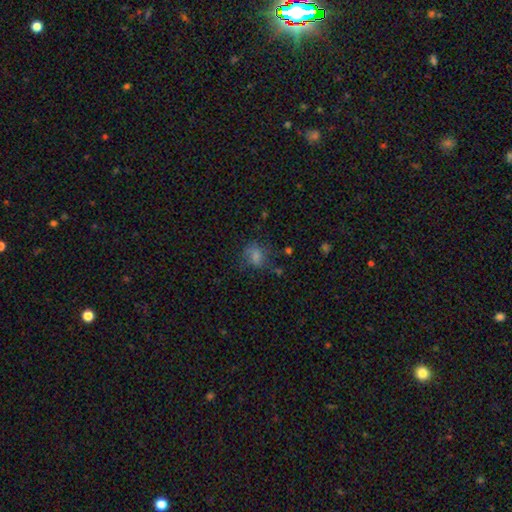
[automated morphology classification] The model was most divided on "how rounded": round: 51%, in between: 48%, cigar-shaped: 1%. Remaining: smooth or featured — smooth (68%); merging — none (46%).